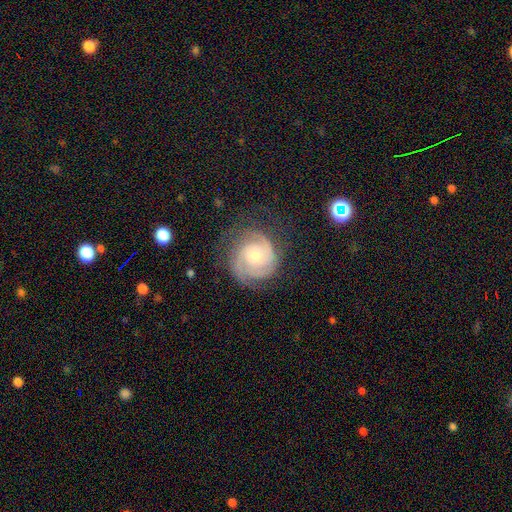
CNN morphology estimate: The model was most divided on "bulge size": moderate: 49%, small: 44%, large: 4%, none: 2%, dominant: 1%. Remaining: edge-on disk — no (98%); spiral arms — yes (96%); smooth or featured — featured or disk (83%); merging — none (71%); bar — no (70%); spiral winding — tight (67%); spiral arm count — 2 (43%).